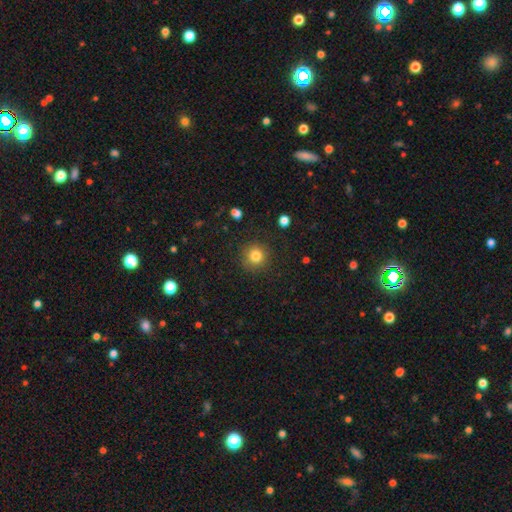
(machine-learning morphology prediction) A smooth galaxy with no disk features (82%) that is round (93%).

Vote fractions:
- Smooth or featured? smooth: 82% / star or artifact: 12% / featured or disk: 6%
- How rounded? round: 93% / in between: 6% / cigar-shaped: 1%
- Merging? none: 87% / minor disturbance: 8% / major disturbance: 3% / merger: 1%